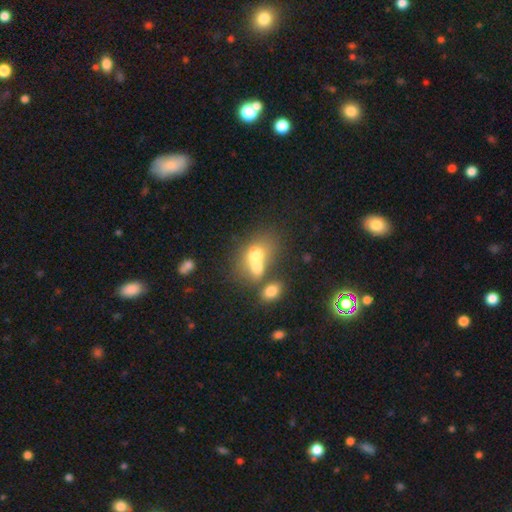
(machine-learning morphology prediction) Smooth or featured? smooth (63%)
How rounded? in between (57%)
Merging? merger (65%)